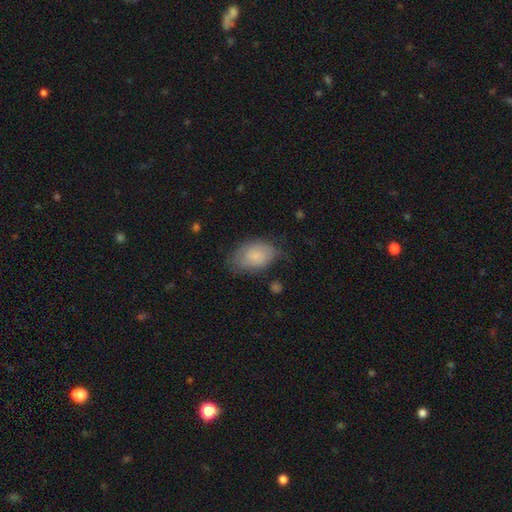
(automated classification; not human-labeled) Overall: smooth (68%). How rounded: in between (86%). Merging: none (61%; minor disturbance 28%).